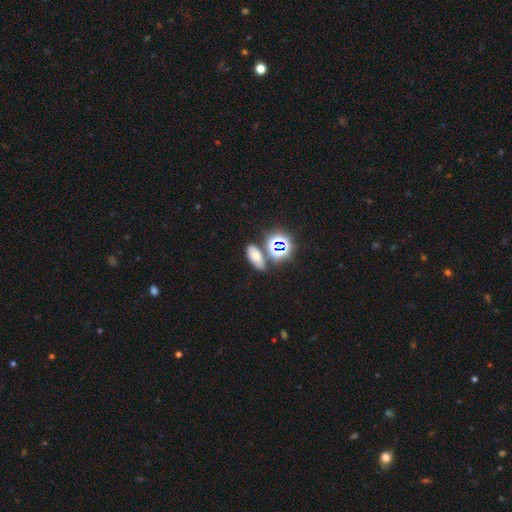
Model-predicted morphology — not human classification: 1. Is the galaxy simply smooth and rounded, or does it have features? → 59% smooth, 28% star or artifact, 13% featured or disk.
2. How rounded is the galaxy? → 79% in between, 14% round, 7% cigar-shaped.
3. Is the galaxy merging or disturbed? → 68% none, 14% merger, 13% minor disturbance, 5% major disturbance.